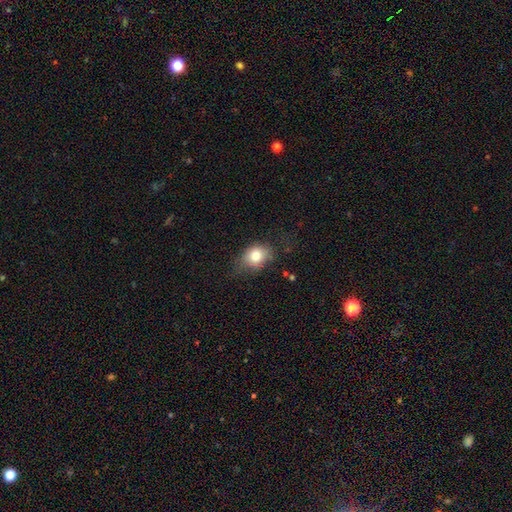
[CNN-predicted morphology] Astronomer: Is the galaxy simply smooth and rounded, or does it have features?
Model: smooth — 78%.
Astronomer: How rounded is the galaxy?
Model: in between — 59% (runner-up: round, 40%).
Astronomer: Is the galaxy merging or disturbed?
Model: none — 60%.